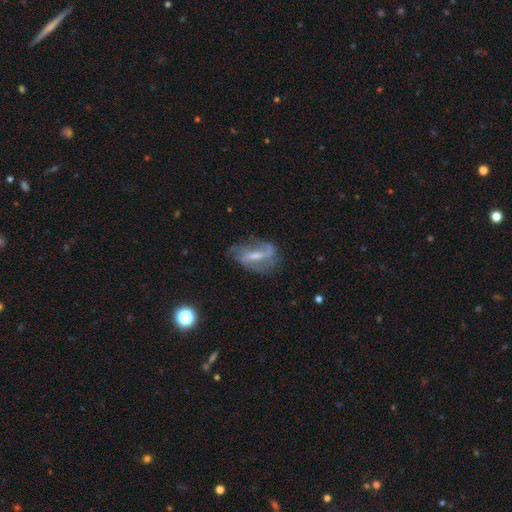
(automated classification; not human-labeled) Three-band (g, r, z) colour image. It shows a featured or disk galaxy (69%) with a weak bar (44%), spiral arms (78%) and a moderate central bulge (45%). Merging: none (54%).